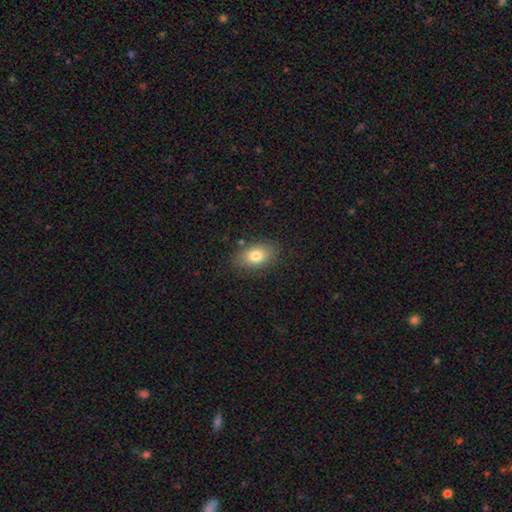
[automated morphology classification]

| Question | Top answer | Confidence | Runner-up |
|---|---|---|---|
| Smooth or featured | smooth | 79% | featured or disk (13%) |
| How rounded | in between | 85% | round (14%) |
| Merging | none | 83% | minor disturbance (12%) |